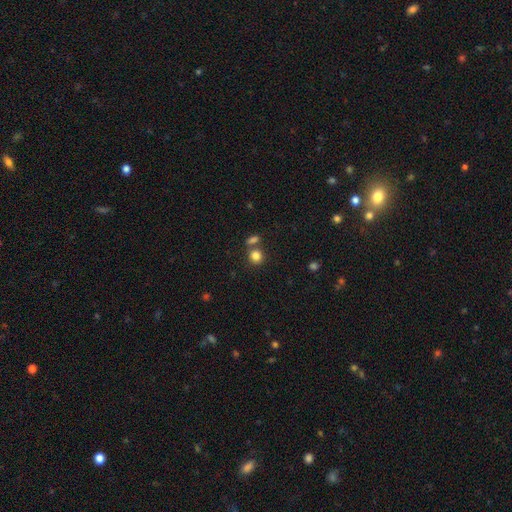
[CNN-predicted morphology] Q: Smooth or featured?
A: smooth (83%); runner-up: star or artifact (11%)
Q: How rounded?
A: round (80%); runner-up: in between (19%)
Q: Merging?
A: none (64%); runner-up: merger (24%)